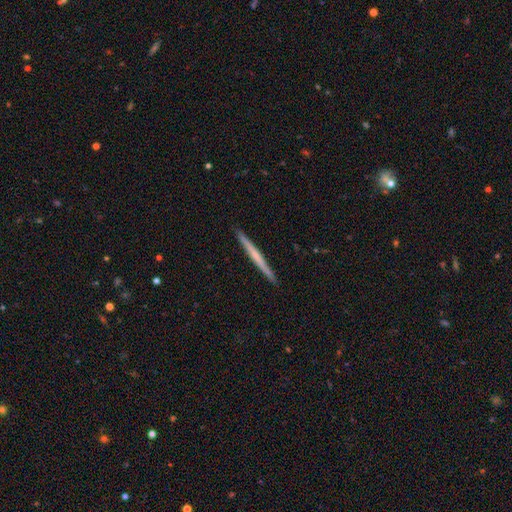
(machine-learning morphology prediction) Smooth or featured: featured or disk — 56% (smooth — 39%)
Edge-on disk: yes — 98% (no — 2%)
Edge-on bulge: none — 73% (rounded — 21%)
Merging: none — 93% (minor disturbance — 5%)